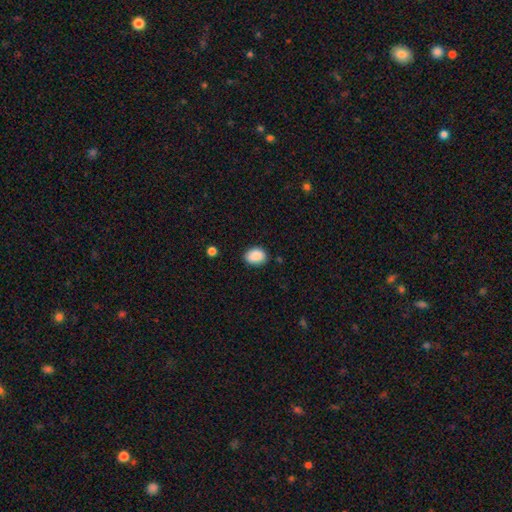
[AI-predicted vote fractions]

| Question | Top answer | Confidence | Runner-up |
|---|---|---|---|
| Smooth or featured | smooth | 89% | star or artifact (8%) |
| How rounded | in between | 67% | round (32%) |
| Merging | none | 82% | minor disturbance (14%) |